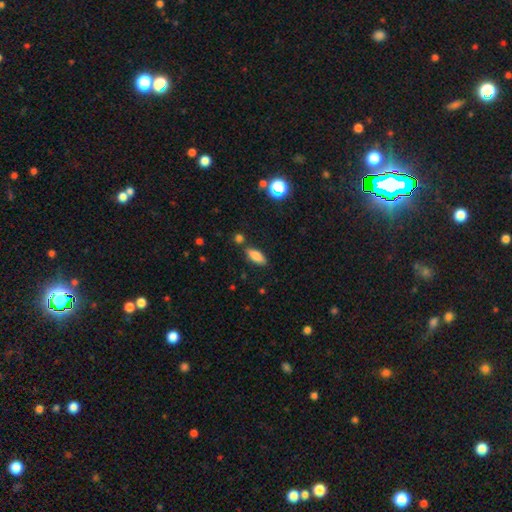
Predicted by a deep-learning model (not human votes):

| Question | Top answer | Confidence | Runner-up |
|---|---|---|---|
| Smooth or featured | smooth | 82% | featured or disk (9%) |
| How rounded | in between | 77% | cigar-shaped (20%) |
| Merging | none | 79% | minor disturbance (12%) |